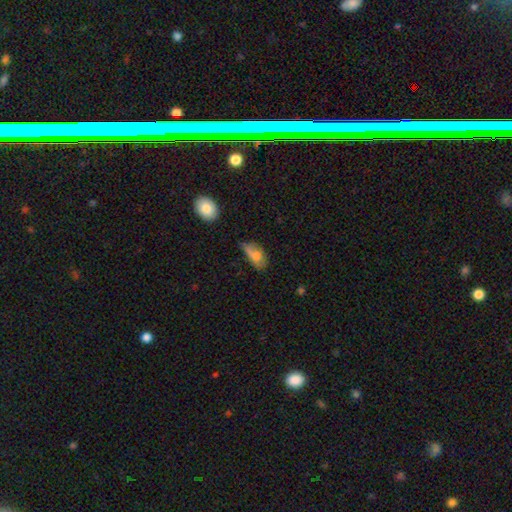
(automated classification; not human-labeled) smooth 68%, featured or disk 22%, star or artifact 10%. Down the decision tree: how rounded — in between (87%); merging — minor disturbance (38%).